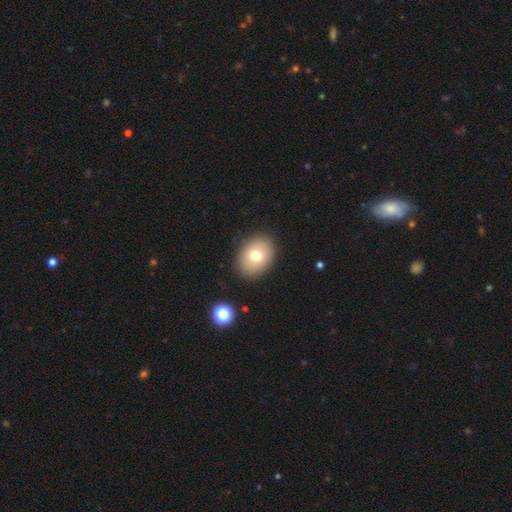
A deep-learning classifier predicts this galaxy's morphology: The model was most divided on "how rounded": in between: 68%, round: 31%, cigar-shaped: 1%. More confident: merging — none (89%); smooth or featured — smooth (74%).